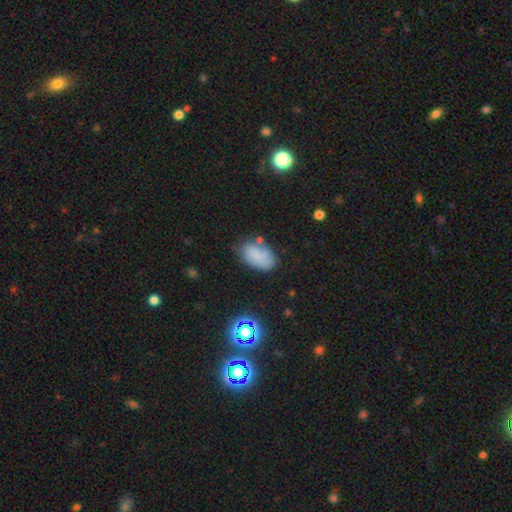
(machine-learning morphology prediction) Smooth or featured? Predicted: smooth (p=0.76). How rounded? Predicted: in between (p=0.91). Merging? Predicted: none (p=0.60).